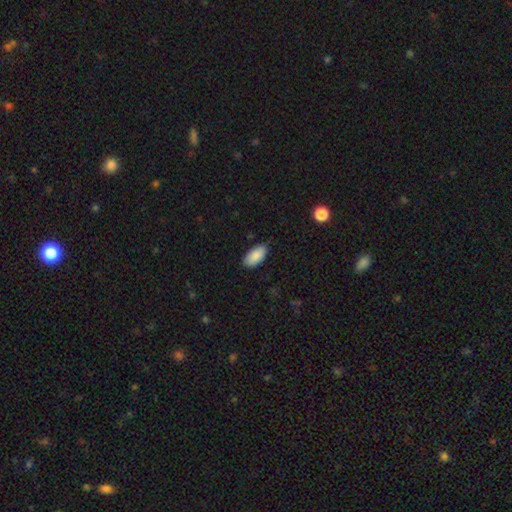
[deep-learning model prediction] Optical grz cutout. It shows a smooth galaxy with no disk features (87%) that is in between round and cigar-shaped (95%). Merging: none (83%).